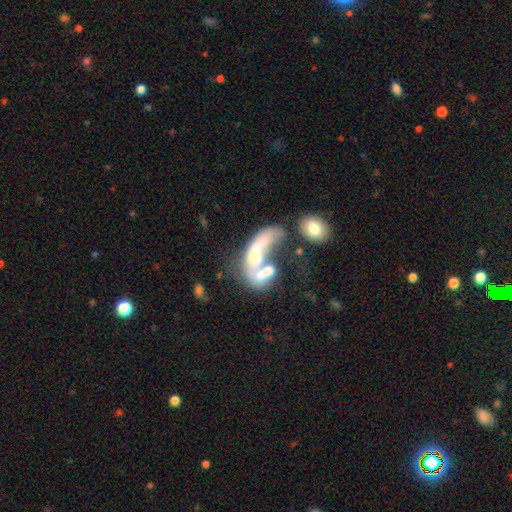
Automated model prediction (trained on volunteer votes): Smooth or featured? Predicted: featured or disk (p=0.51). Edge-on disk? Predicted: no (p=0.92). Merging? Predicted: merger (p=0.60).